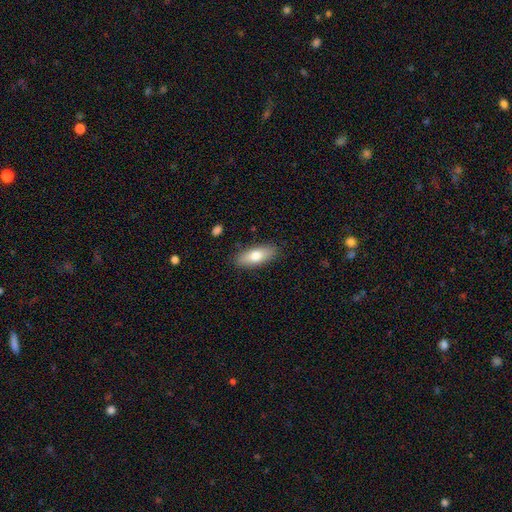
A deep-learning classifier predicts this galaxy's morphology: Overall: smooth (74%). How rounded: in between (74%). Merging: none (86%).